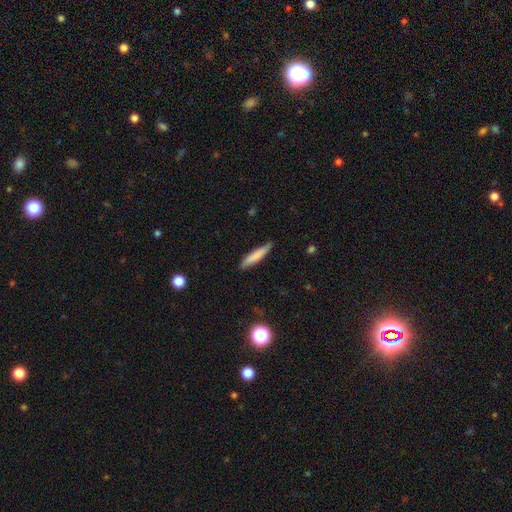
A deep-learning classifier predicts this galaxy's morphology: This is likely a smooth galaxy (78%). How rounded: clearly cigar-shaped (87%). Merging: clearly none (84%).